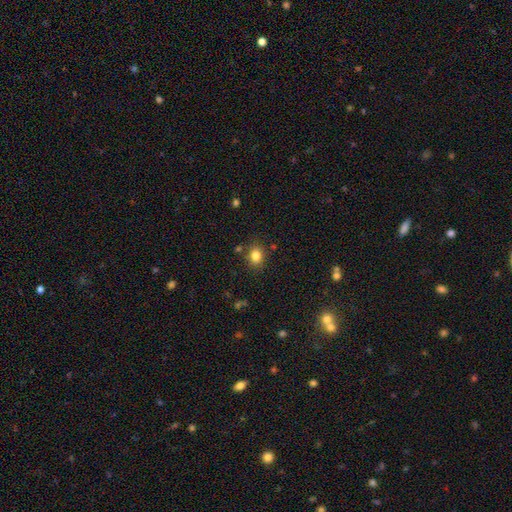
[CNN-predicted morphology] Q: Smooth or featured?
A: smooth (82%); runner-up: star or artifact (11%)
Q: How rounded?
A: round (53%); runner-up: in between (46%)
Q: Merging?
A: none (80%); runner-up: minor disturbance (12%)